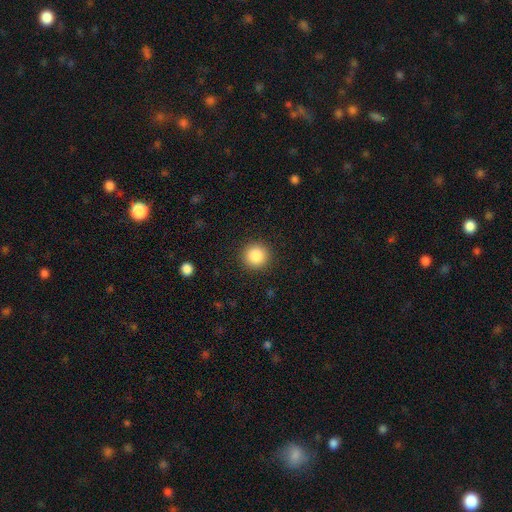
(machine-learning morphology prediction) Overall: smooth (86%). How rounded: round (95%). Merging: none (91%).